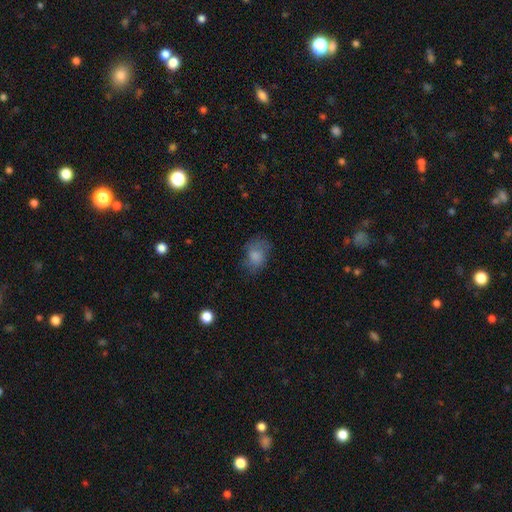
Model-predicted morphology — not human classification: Smooth or featured? smooth (74%)
How rounded? in between (61%)
Merging? none (55%)